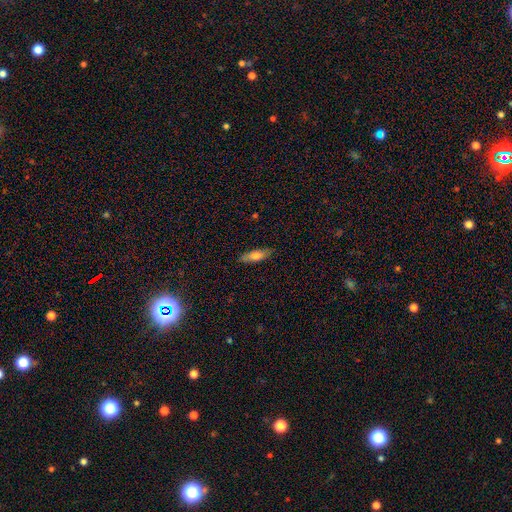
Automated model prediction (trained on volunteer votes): Morphology: type=smooth (70%); roundness=cigar-shaped (49%, tied with in between); merging=none (86%).